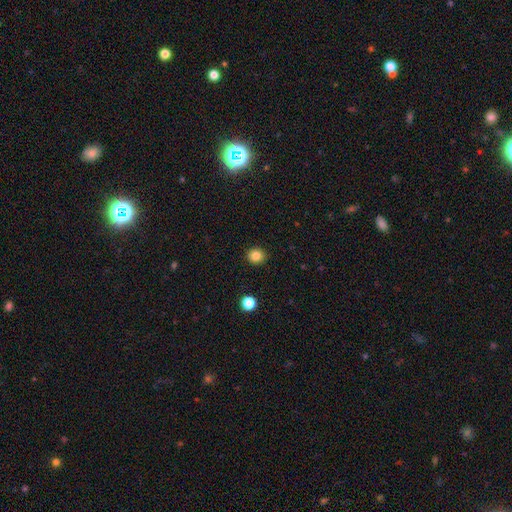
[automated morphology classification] Smooth or featured: smooth — 84% (star or artifact — 12%)
How rounded: round — 89% (in between — 10%)
Merging: none — 92% (minor disturbance — 5%)